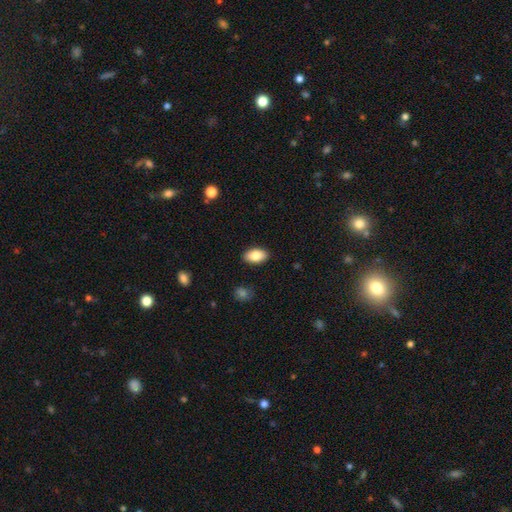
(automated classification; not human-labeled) This is clearly a smooth galaxy (83%). How rounded: clearly in between (93%). Merging: clearly none (88%).